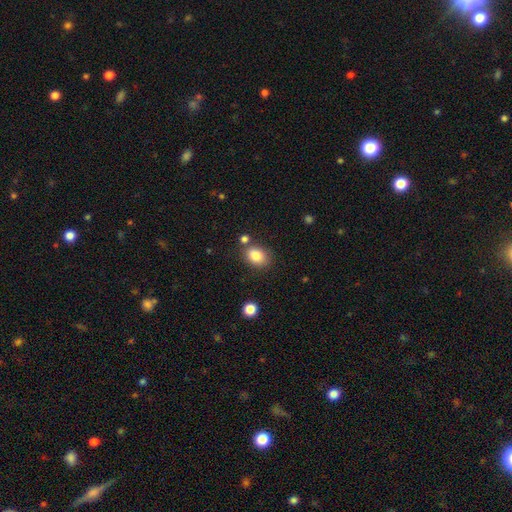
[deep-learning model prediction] Morphology: type=smooth (84%); roundness=in between (67%); merging=none (74%).